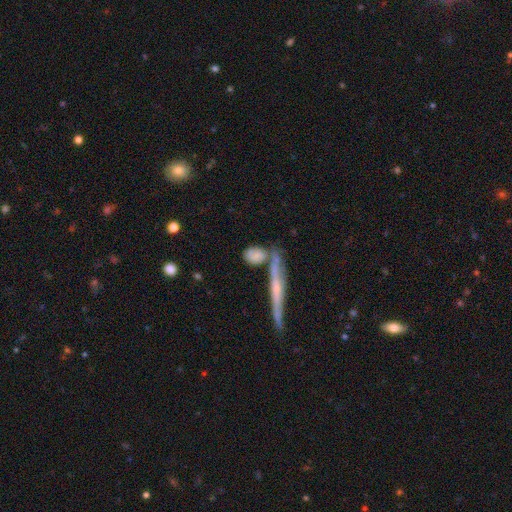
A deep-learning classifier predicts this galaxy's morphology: Smooth or featured: smooth — 67% (featured or disk — 26%)
How rounded: in between — 51% (cigar-shaped — 26%)
Merging: none — 48% (merger — 27%)